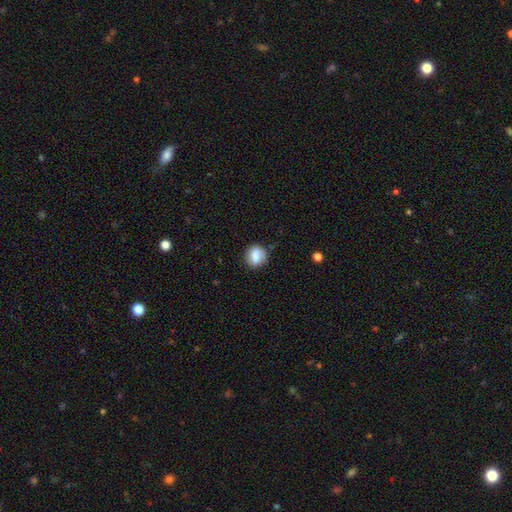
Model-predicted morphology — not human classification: type=smooth (79%); roundness=round (78%); merging=none (77%).